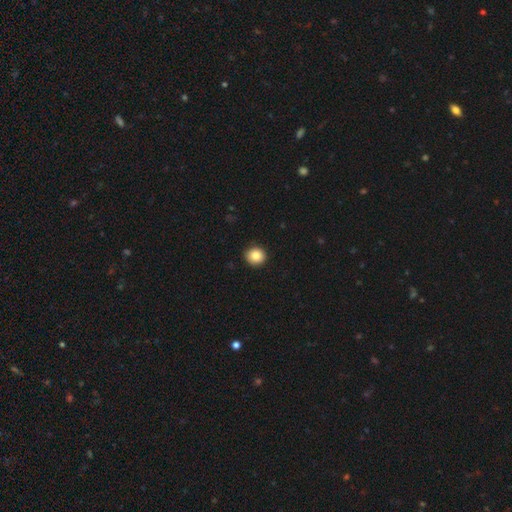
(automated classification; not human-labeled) Smooth or featured: smooth — 86% (star or artifact — 9%)
How rounded: round — 90% (in between — 9%)
Merging: none — 91% (minor disturbance — 6%)